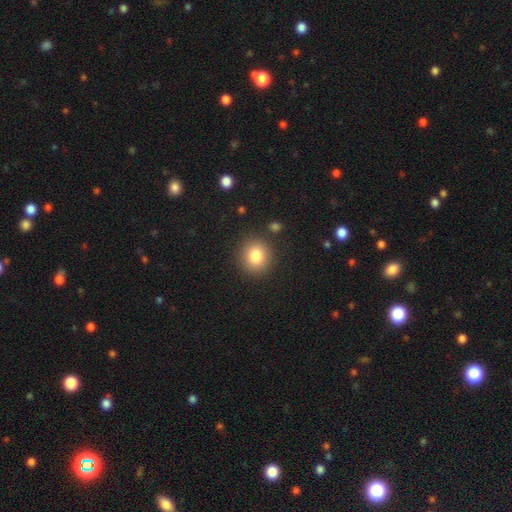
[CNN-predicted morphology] This is clearly a smooth galaxy (83%). How rounded: clearly round (81%). Merging: clearly none (87%).